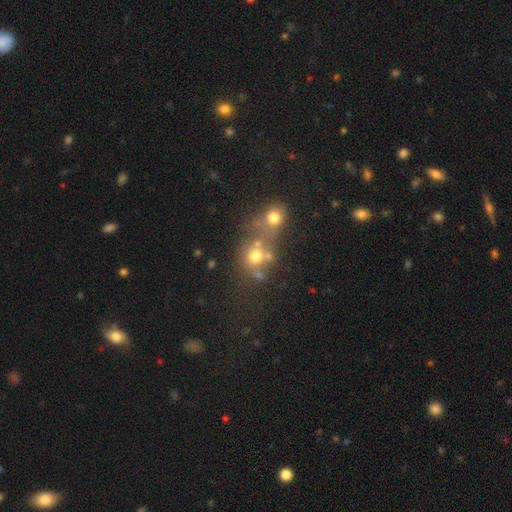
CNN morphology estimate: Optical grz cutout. It shows a smooth galaxy with no disk features (66%) that is round (77%). Merging: merger (49%).